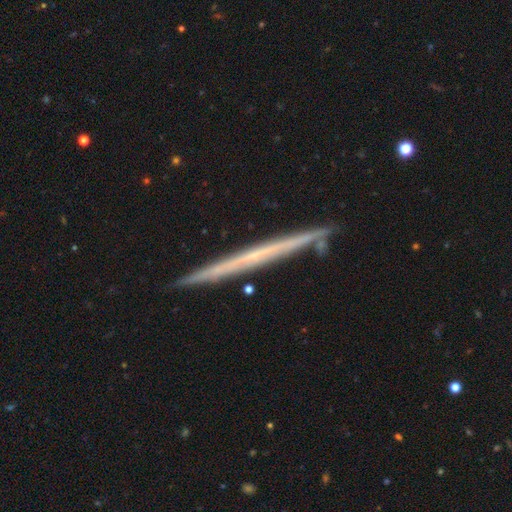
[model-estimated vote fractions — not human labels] Morphology: type=featured or disk (65%); edge-on=yes (97%); edge-on bulge=none (88%); merging=none (87%).